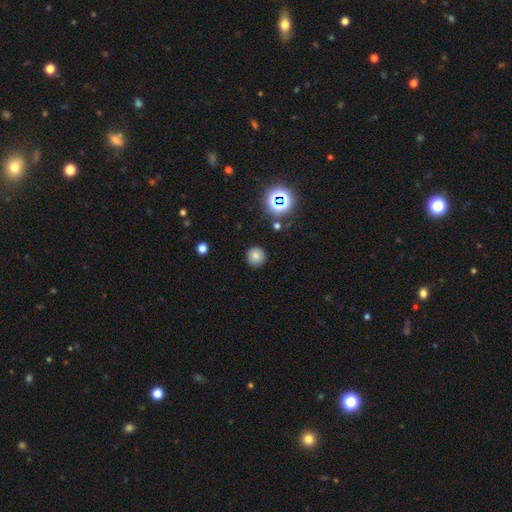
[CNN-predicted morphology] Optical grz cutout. It shows a smooth galaxy with no disk features (76%) that is round (94%). Merging: none (88%).